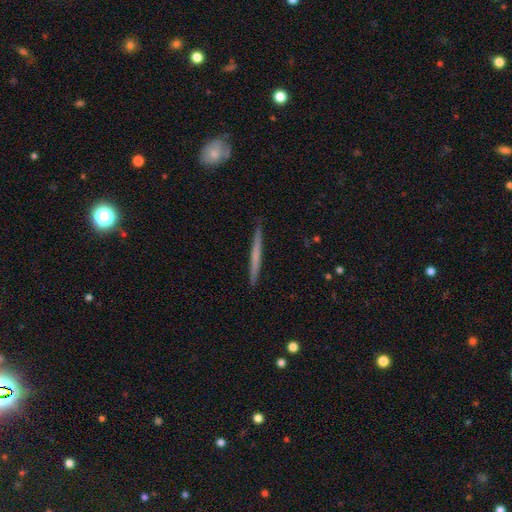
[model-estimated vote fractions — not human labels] A smooth galaxy with no disk features (48%). Merging: none (90%).